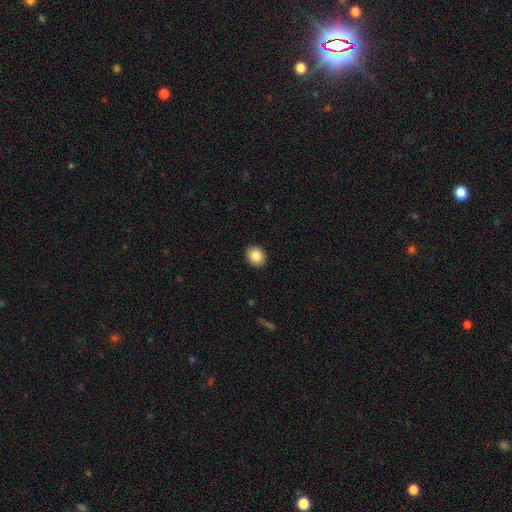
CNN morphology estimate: A smooth galaxy with no disk features (85%) that is round (65%).

Vote fractions:
- Smooth or featured? smooth: 85% / star or artifact: 9% / featured or disk: 6%
- How rounded? round: 65% / in between: 34% / cigar-shaped: 1%
- Merging? none: 92% / minor disturbance: 5% / major disturbance: 2% / merger: 1%